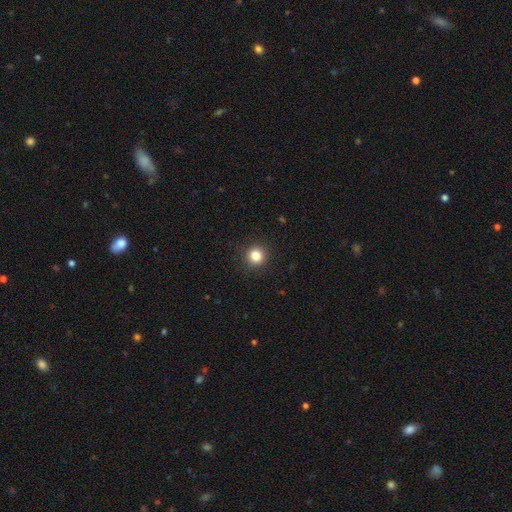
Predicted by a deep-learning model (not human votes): Smooth or featured: smooth — 84% (star or artifact — 12%)
How rounded: round — 93% (in between — 6%)
Merging: none — 92% (minor disturbance — 5%)